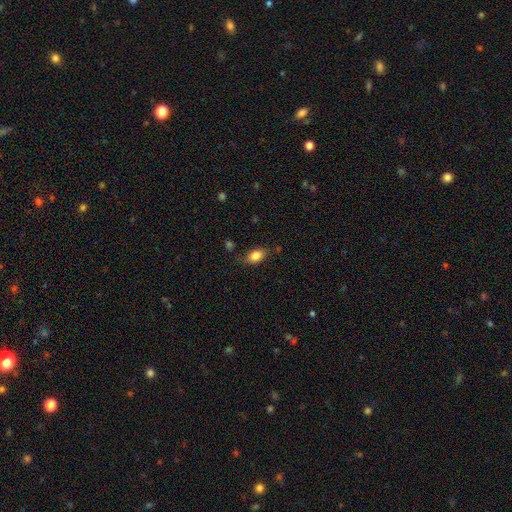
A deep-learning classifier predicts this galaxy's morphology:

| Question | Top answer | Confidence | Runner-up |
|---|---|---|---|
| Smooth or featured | smooth | 84% | star or artifact (8%) |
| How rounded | in between | 87% | round (10%) |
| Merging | none | 77% | minor disturbance (17%) |